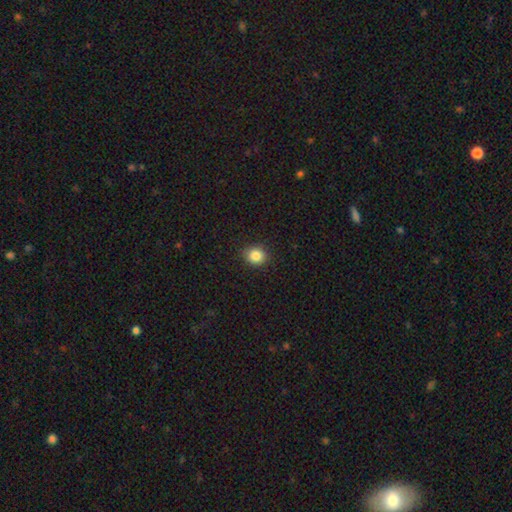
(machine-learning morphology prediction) smooth 85%, star or artifact 10%, featured or disk 4%. Down the decision tree: how rounded — round (76%); merging — none (89%).